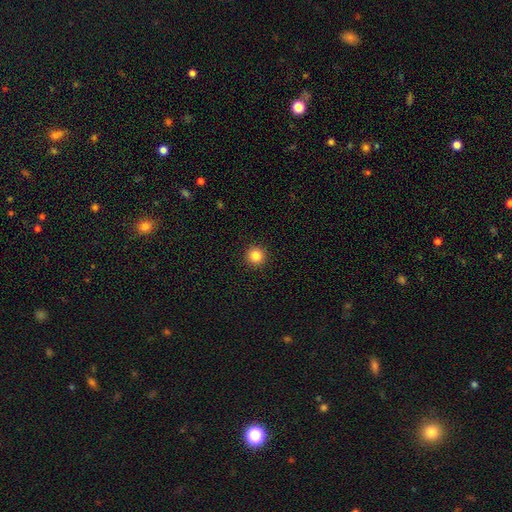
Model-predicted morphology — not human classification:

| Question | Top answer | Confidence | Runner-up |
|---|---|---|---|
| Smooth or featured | smooth | 84% | star or artifact (11%) |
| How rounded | round | 96% | in between (3%) |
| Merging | none | 94% | minor disturbance (4%) |